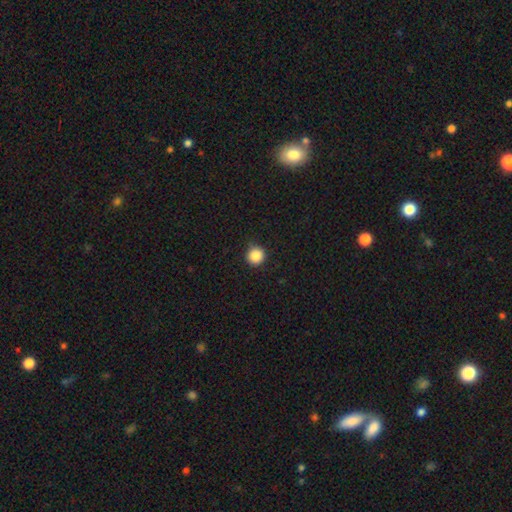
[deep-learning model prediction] Q: Smooth or featured?
A: smooth (87%); runner-up: star or artifact (10%)
Q: How rounded?
A: round (95%); runner-up: in between (4%)
Q: Merging?
A: none (89%); runner-up: minor disturbance (8%)